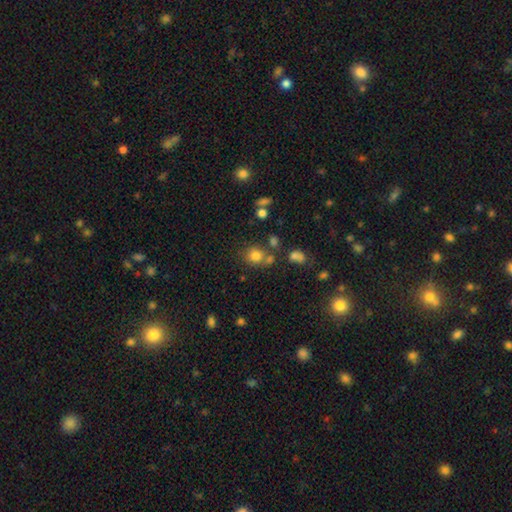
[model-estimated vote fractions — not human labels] smooth_or_featured: smooth (p=0.77) [alt: star or artifact p=0.15]
how_rounded: round (p=0.78) [alt: in between p=0.21]
merging: none (p=0.65) [alt: merger p=0.18]